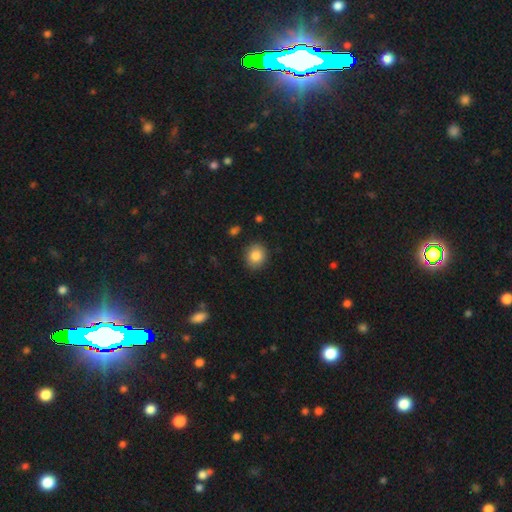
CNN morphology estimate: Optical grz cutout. It shows a smooth galaxy with no disk features (86%) that is round (78%). Merging: none (88%).